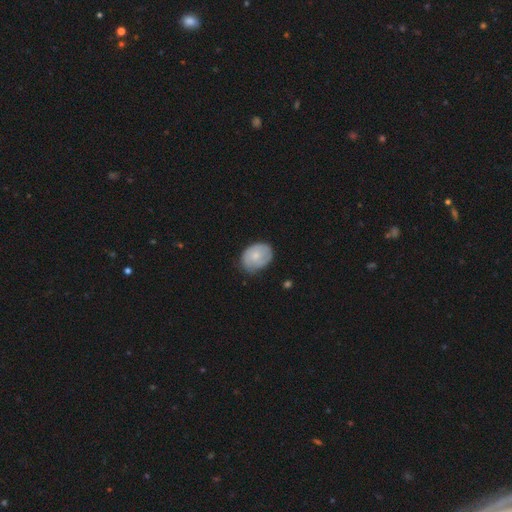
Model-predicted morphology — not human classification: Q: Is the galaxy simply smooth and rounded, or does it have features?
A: smooth — 61%.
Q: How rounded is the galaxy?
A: in between — 63%.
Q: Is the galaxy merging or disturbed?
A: none — 59%.